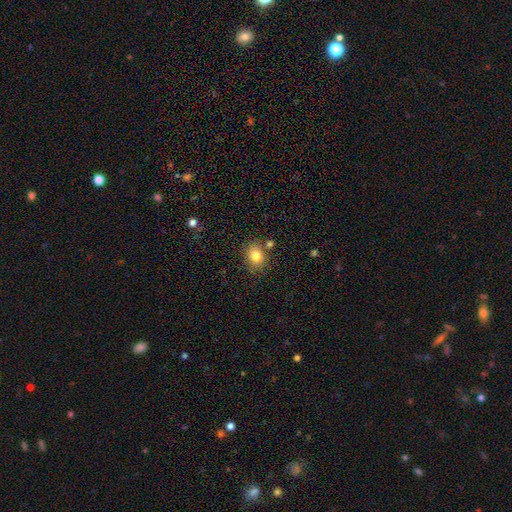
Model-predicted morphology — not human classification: smooth-or-featured: smooth: 82% | star or artifact: 11% | featured or disk: 8%
  how-rounded: round: 54% | in between: 45% | cigar-shaped: 1%
  merging: none: 77% | minor disturbance: 12% | merger: 8% | major disturbance: 3%